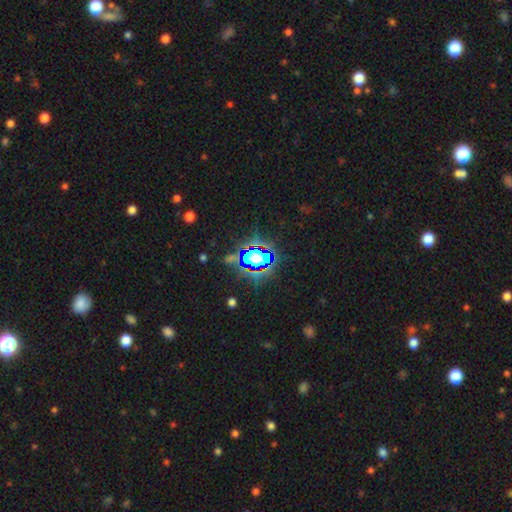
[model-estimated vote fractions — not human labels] Smooth or featured: star or artifact — 79% (smooth — 13%)